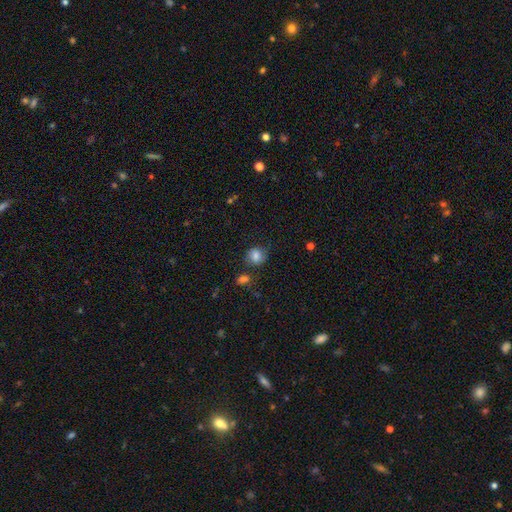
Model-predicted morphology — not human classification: Q: Smooth or featured?
A: smooth (79%); runner-up: featured or disk (11%)
Q: How rounded?
A: round (75%); runner-up: in between (24%)
Q: Merging?
A: none (71%); runner-up: minor disturbance (17%)